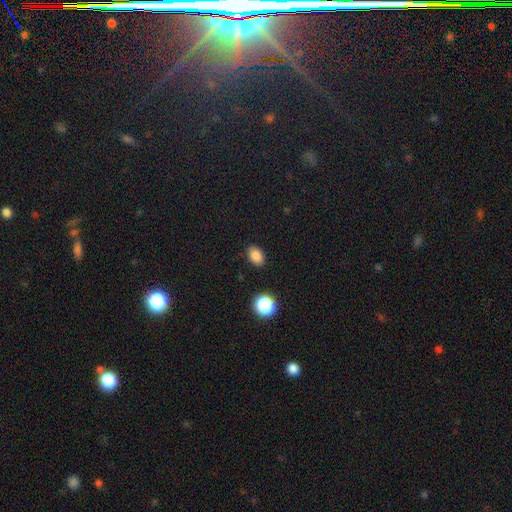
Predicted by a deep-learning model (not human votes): This appears to be a smooth galaxy with no disk features (84%) that is in between round and cigar-shaped (82%). Merging: none (87%).